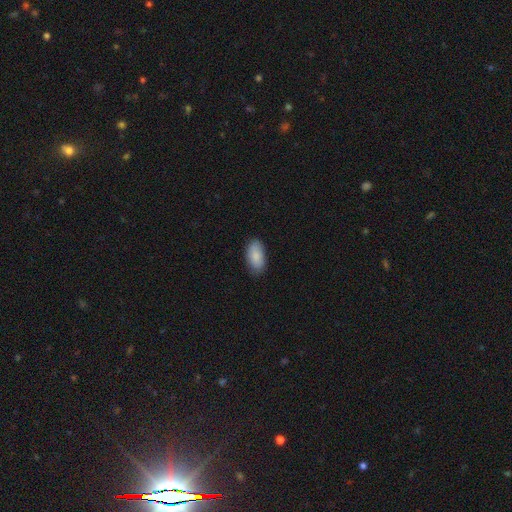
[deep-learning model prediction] Q: Smooth or featured?
A: smooth (88%); runner-up: featured or disk (6%)
Q: How rounded?
A: in between (94%); runner-up: cigar-shaped (4%)
Q: Merging?
A: none (83%); runner-up: minor disturbance (14%)